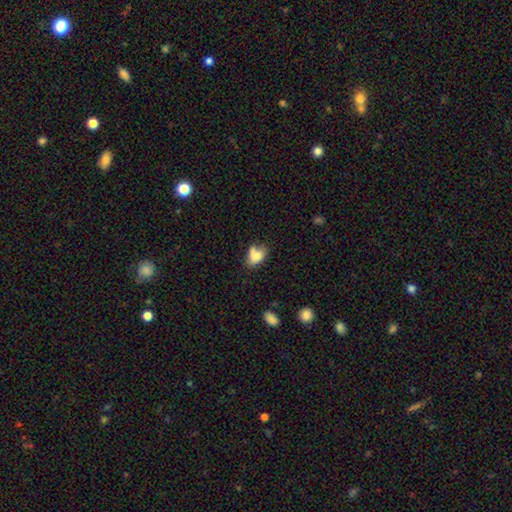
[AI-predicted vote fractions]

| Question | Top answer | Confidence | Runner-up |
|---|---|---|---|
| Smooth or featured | smooth | 72% | featured or disk (17%) |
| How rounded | in between | 79% | round (19%) |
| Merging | none | 35% | merger (26%) |